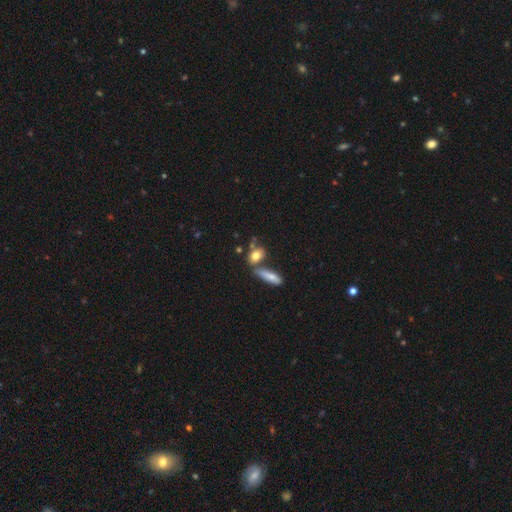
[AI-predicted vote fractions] smooth-or-featured: smooth: 75% | featured or disk: 16% | star or artifact: 9%
  how-rounded: in between: 61% | round: 23% | cigar-shaped: 16%
  merging: none: 51% | merger: 29% | minor disturbance: 14% | major disturbance: 6%